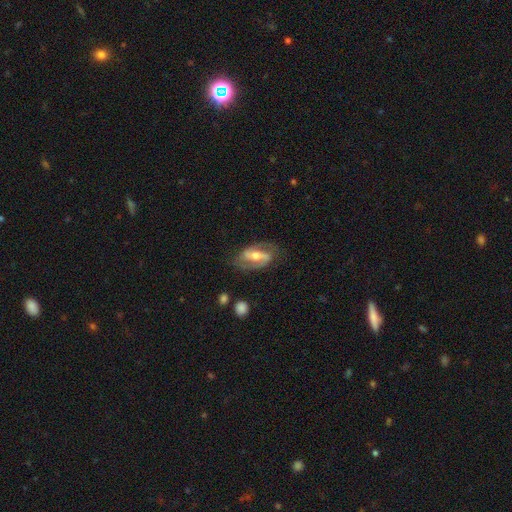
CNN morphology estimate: This is clearly a featured or disk galaxy (82%). It is clearly not viewed edge-on (95%). Bar: possibly strong (53%). Spiral arm pattern: clearly yes (90%). Spiral arm count: clearly 2 (89%). Spiral winding: possibly medium (48%). Central bulge: likely moderate (66%). Merging: likely none (75%).